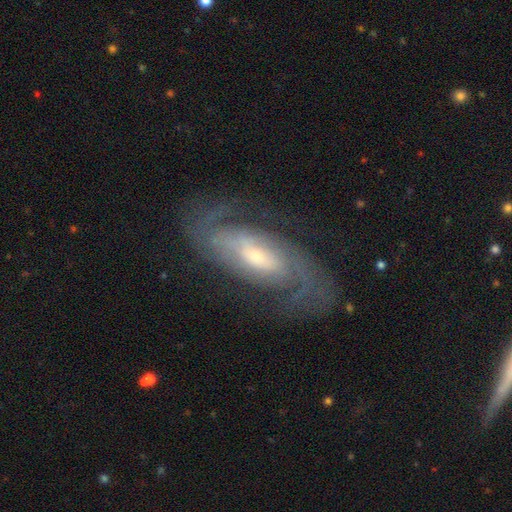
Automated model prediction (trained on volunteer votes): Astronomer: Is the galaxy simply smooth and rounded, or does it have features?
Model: featured or disk — 87%.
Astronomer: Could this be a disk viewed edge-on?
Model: no — 93%.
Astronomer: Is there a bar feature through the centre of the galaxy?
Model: no — 43% (runner-up: weak, 40%).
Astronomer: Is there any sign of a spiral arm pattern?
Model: yes — 96%.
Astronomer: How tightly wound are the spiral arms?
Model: tight — 43% (runner-up: medium, 42%).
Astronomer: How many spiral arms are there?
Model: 2 — 68%.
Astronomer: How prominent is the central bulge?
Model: small — 44% (runner-up: moderate, 43%).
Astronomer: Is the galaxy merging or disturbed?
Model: none — 74%.